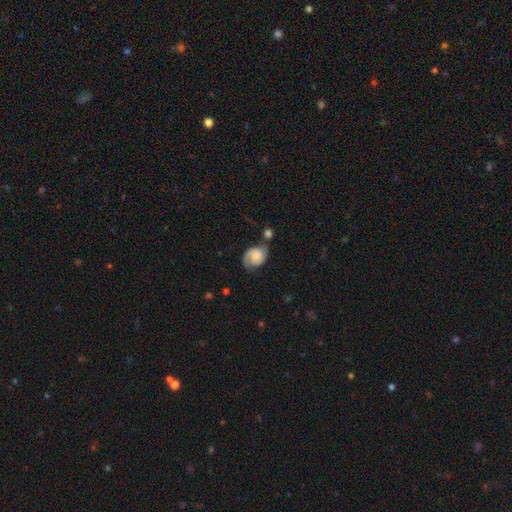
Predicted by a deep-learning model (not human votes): This is likely a featured or disk galaxy (63%). It is clearly not viewed edge-on (97%). Bar: likely no (66%). Spiral arm pattern: clearly yes (93%). Spiral arm count: likely 2 (62%). Spiral winding: marginally tight (42%). Central bulge: marginally none (32%). Merging: possibly none (49%).